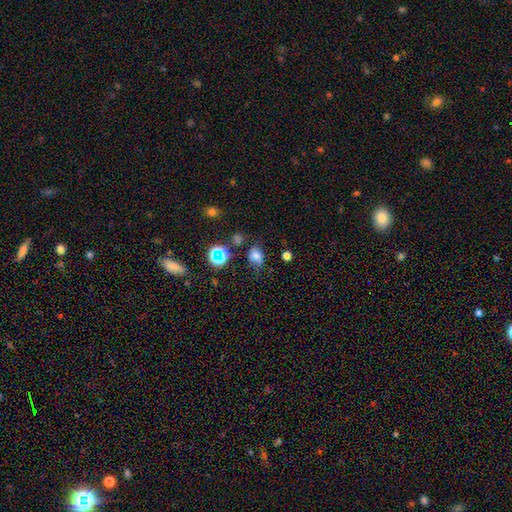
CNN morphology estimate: smooth_or_featured: smooth (p=0.66) [alt: star or artifact p=0.21]
how_rounded: in between (p=0.64) [alt: round p=0.35]
merging: none (p=0.51) [alt: minor disturbance p=0.28]